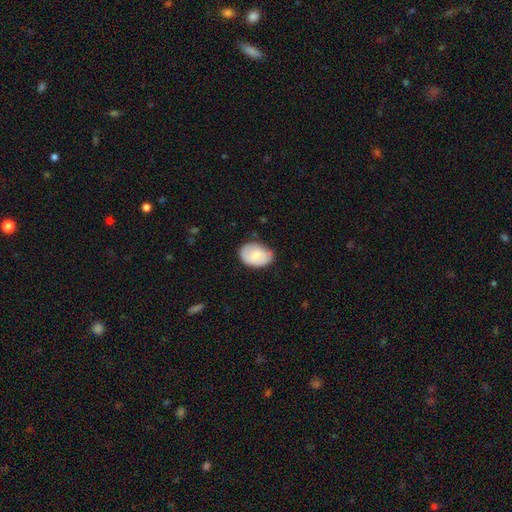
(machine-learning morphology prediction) The model was most divided on "merging": none: 71%, minor disturbance: 24%, major disturbance: 4%, merger: 1%. More confident: how rounded — in between (82%); smooth or featured — smooth (71%).